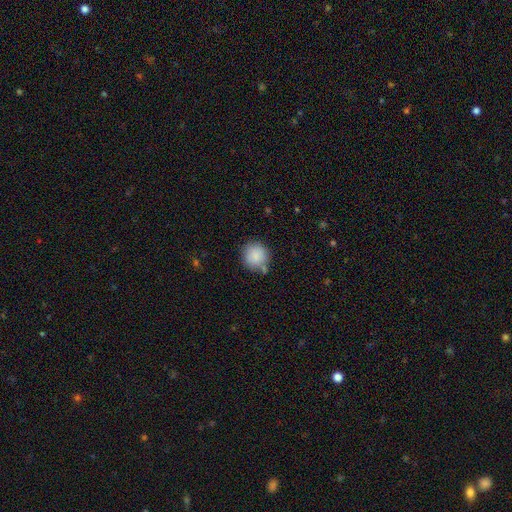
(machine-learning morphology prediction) smooth 86%, star or artifact 8%, featured or disk 6%. Down the decision tree: how rounded — round (92%); merging — none (72%).